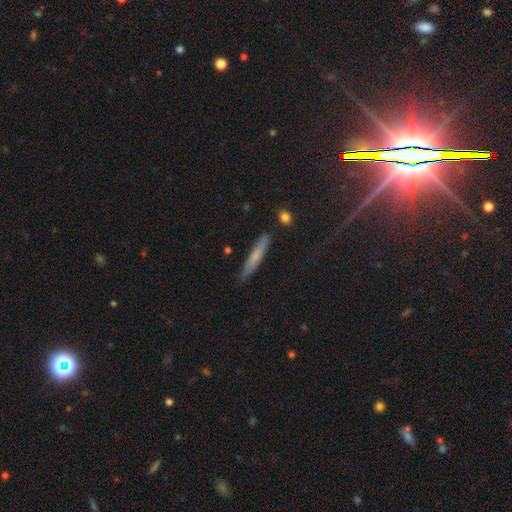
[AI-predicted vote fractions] A smooth galaxy with no disk features (64%) that is cigar-shaped (93%).

Vote fractions:
- Smooth or featured? smooth: 64% / featured or disk: 29% / star or artifact: 8%
- How rounded? cigar-shaped: 93% / in between: 5% / round: 2%
- Merging? none: 83% / minor disturbance: 13% / major disturbance: 2% / merger: 2%